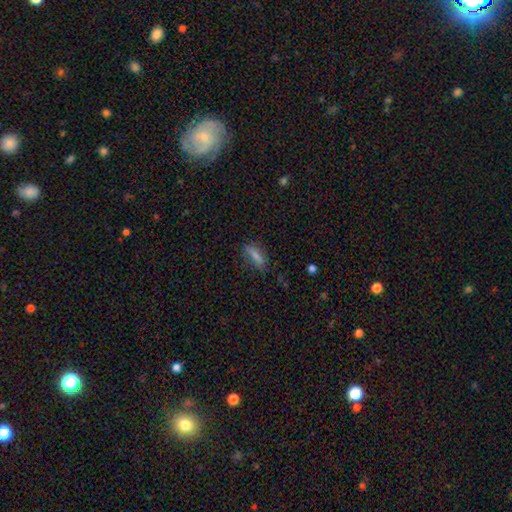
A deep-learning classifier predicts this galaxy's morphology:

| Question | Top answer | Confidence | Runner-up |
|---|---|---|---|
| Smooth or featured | smooth | 65% | featured or disk (20%) |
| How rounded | in between | 48% | cigar-shaped (47%) |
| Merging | none | 73% | minor disturbance (19%) |